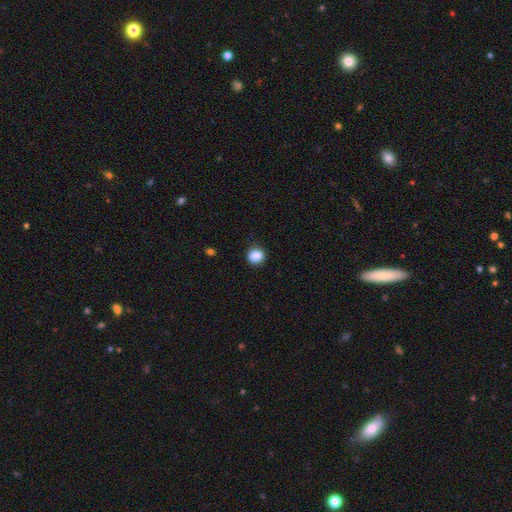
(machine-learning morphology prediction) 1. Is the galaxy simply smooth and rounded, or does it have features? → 87% smooth, 9% star or artifact, 3% featured or disk.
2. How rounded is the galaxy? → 71% round, 28% in between, 1% cigar-shaped.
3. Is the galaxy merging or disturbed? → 85% none, 11% minor disturbance, 3% major disturbance, 1% merger.